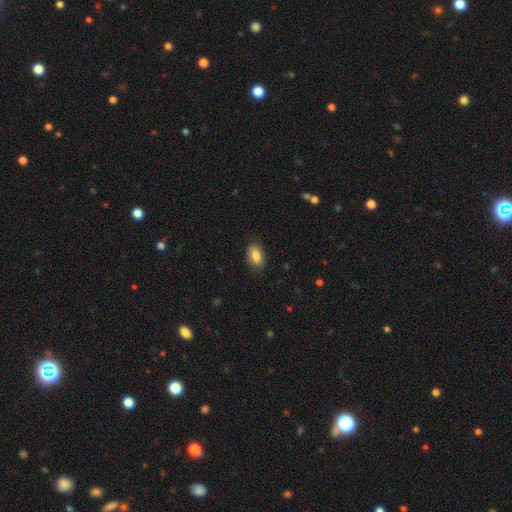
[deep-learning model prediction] This appears to be a smooth galaxy with no disk features (84%) that is in between round and cigar-shaped (91%). Merging: none (87%).